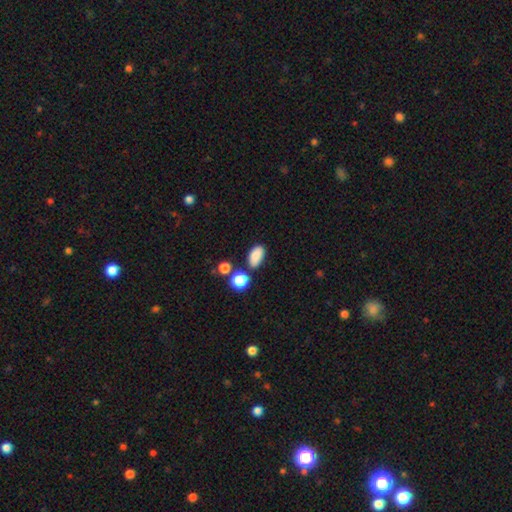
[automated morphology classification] Q: Smooth or featured?
A: smooth (85%); runner-up: star or artifact (9%)
Q: How rounded?
A: in between (90%); runner-up: round (7%)
Q: Merging?
A: none (74%); runner-up: minor disturbance (14%)